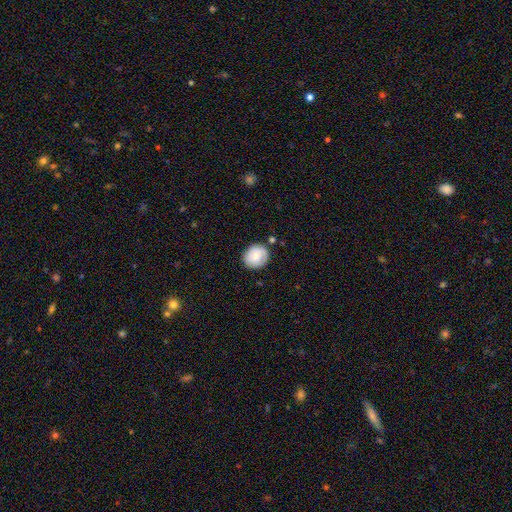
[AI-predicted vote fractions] A smooth galaxy with no disk features (80%) that is round (84%). Merging: none (83%).